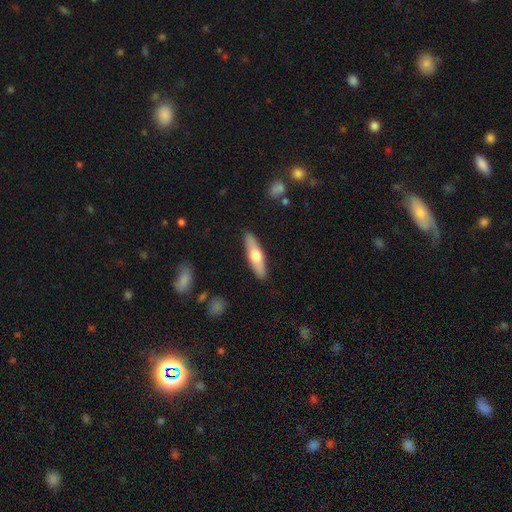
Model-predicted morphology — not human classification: Smooth or featured? smooth (56%)
How rounded? cigar-shaped (62%)
Merging? none (89%)